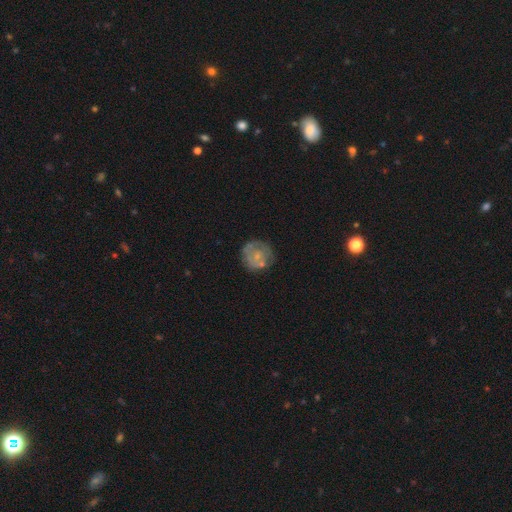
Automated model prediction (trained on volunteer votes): Smooth or featured: featured or disk — 52% (smooth — 40%)
Edge-on disk: no — 98% (yes — 2%)
Bar: no — 83% (weak — 15%)
Spiral arms: no — 60% (yes — 40%)
Bulge size: small — 57% (moderate — 23%)
Merging: none — 62% (minor disturbance — 21%)